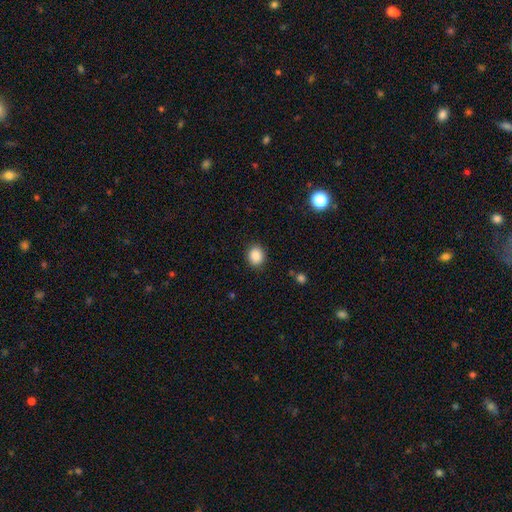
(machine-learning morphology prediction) smooth_or_featured: smooth (p=0.87) [alt: star or artifact p=0.09]
how_rounded: round (p=0.68) [alt: in between p=0.31]
merging: none (p=0.89) [alt: minor disturbance p=0.07]